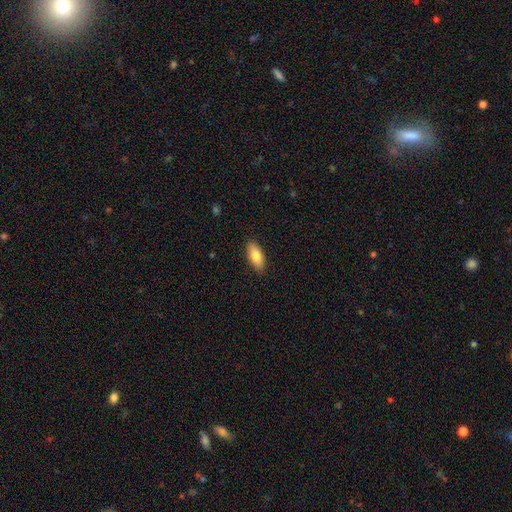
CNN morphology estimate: Smooth or featured? smooth (80%)
How rounded? in between (84%)
Merging? none (89%)